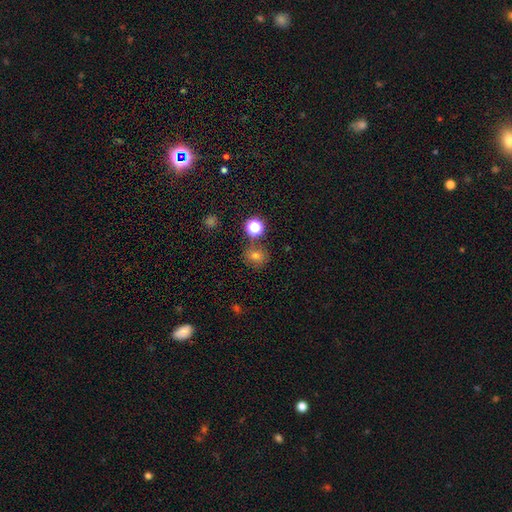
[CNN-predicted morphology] The model was most divided on "smooth or featured": smooth: 57%, star or artifact: 31%, featured or disk: 12%. More confident: how rounded — round (84%); merging — none (78%).